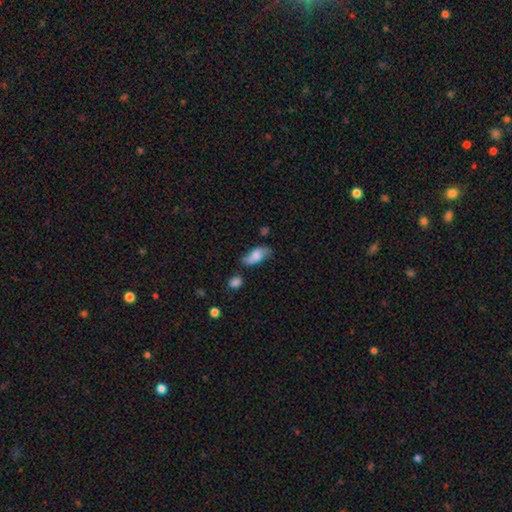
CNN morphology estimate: Smooth or featured?
  - smooth: 68% *
  - featured or disk: 24%
  - star or artifact: 8%
How rounded?
  - in between: 85% *
  - cigar-shaped: 11%
  - round: 4%
Merging?
  - none: 56% *
  - minor disturbance: 28%
  - major disturbance: 9%
  - merger: 7%